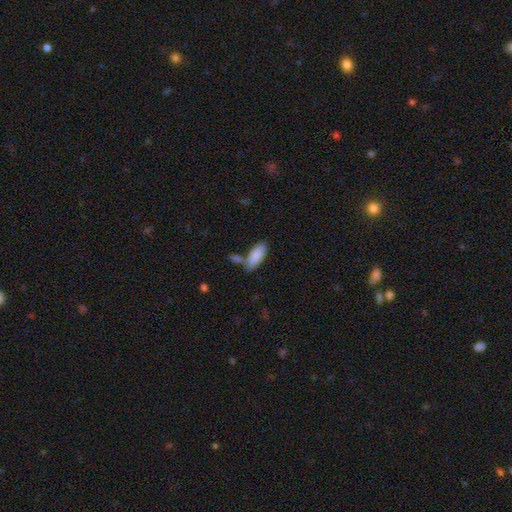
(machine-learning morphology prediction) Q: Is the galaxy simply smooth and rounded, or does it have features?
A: smooth — 87%.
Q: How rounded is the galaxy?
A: in between — 84%.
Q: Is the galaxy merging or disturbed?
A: none — 63%.